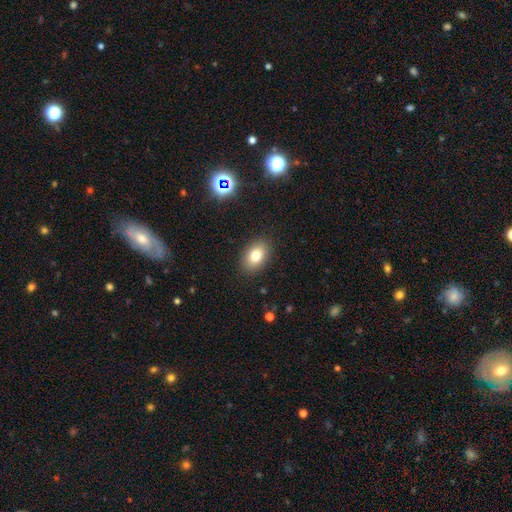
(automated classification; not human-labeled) Smooth or featured?
  - smooth: 78% *
  - featured or disk: 12%
  - star or artifact: 10%
How rounded?
  - in between: 84% *
  - round: 15%
  - cigar-shaped: 1%
Merging?
  - none: 88% *
  - minor disturbance: 8%
  - major disturbance: 2%
  - merger: 1%